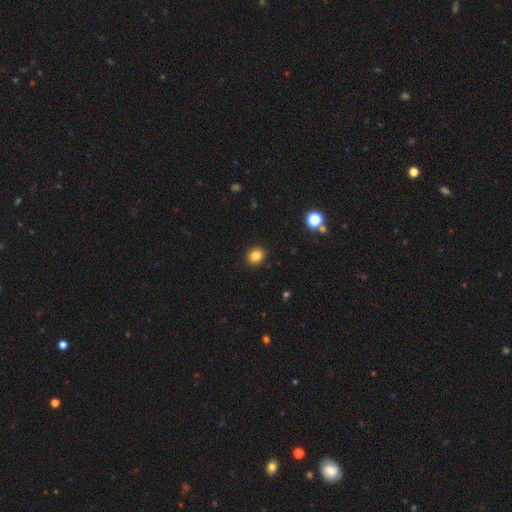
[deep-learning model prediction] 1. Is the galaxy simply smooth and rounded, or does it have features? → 84% smooth, 11% star or artifact, 5% featured or disk.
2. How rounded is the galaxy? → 57% round, 43% in between, 1% cigar-shaped.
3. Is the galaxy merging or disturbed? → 91% none, 6% minor disturbance, 2% major disturbance, 1% merger.